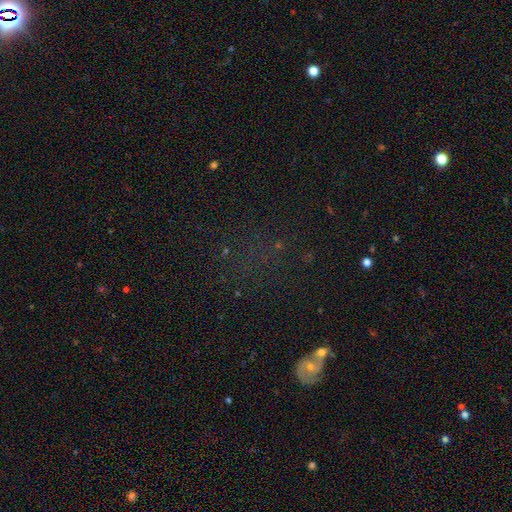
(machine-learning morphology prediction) Smooth or featured? Predicted: star or artifact (p=0.66).